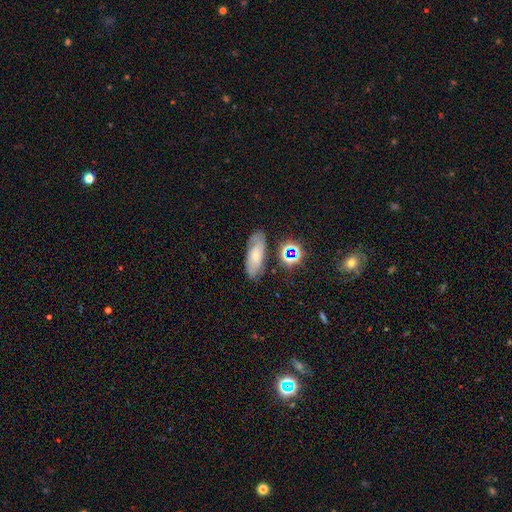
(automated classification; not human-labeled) A featured or disk galaxy (46%). Merging: none (74%).